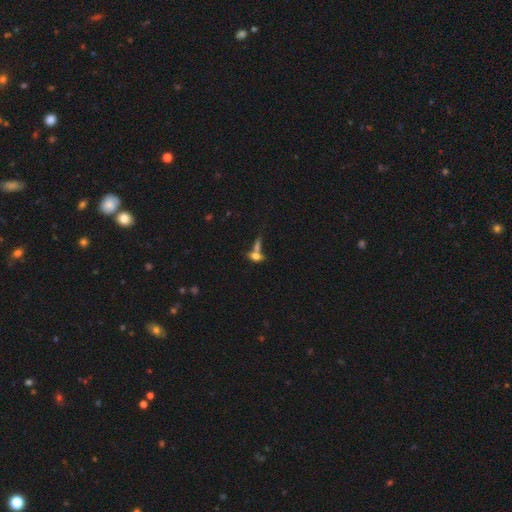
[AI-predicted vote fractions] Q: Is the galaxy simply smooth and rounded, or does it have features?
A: smooth — 61%.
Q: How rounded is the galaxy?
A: in between — 59%.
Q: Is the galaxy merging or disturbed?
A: merger — 50%.